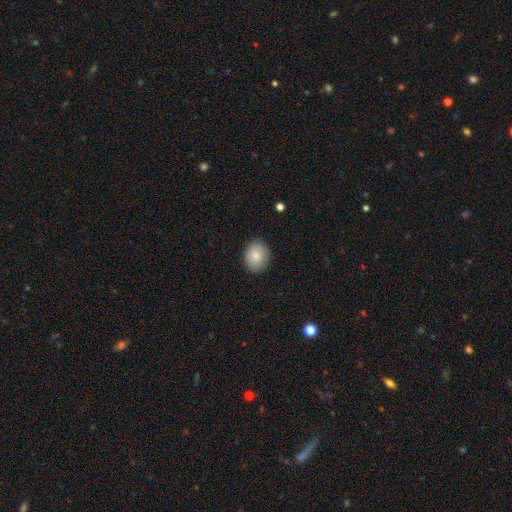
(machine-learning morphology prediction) Smooth or featured?
  - smooth: 84% *
  - featured or disk: 9%
  - star or artifact: 7%
How rounded?
  - round: 60% *
  - in between: 39%
  - cigar-shaped: 1%
Merging?
  - none: 87% *
  - minor disturbance: 10%
  - major disturbance: 2%
  - merger: 1%